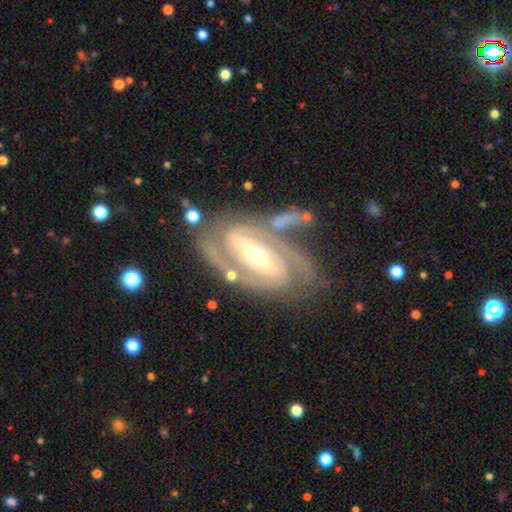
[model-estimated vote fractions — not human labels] Smooth or featured?
  - featured or disk: 90% *
  - smooth: 5%
  - star or artifact: 5%
Edge-on disk?
  - no: 95% *
  - yes: 5%
Bar?
  - strong: 60% *
  - weak: 26%
  - no: 14%
Spiral arms?
  - yes: 96% *
  - no: 4%
Spiral winding?
  - tight: 55% *
  - medium: 37%
  - loose: 8%
Spiral arm count?
  - 2: 76% *
  - 3: 10%
  - can't tell: 8%
  - 4: 2%
  - 1: 2%
  - more than 4: 2%
Bulge size?
  - moderate: 50% *
  - small: 45%
  - large: 3%
  - none: 1%
  - dominant: 1%
Merging?
  - none: 66% *
  - minor disturbance: 18%
  - major disturbance: 9%
  - merger: 6%